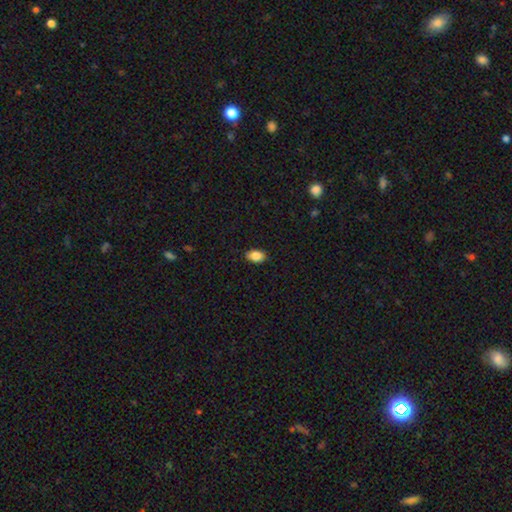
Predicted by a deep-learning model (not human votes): This is clearly a smooth galaxy (87%). How rounded: clearly in between (87%). Merging: clearly none (88%).